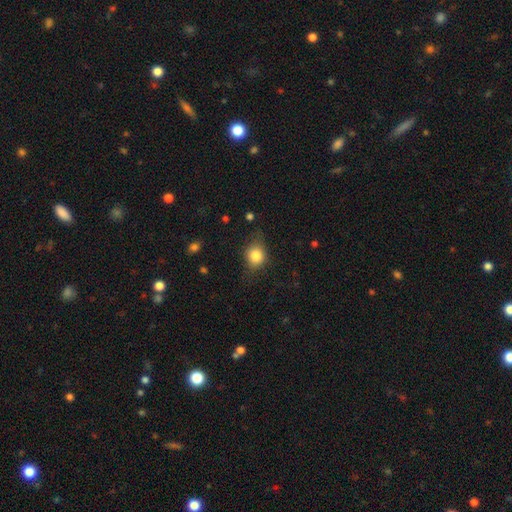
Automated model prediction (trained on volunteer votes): The model was most divided on "how rounded": round: 63%, in between: 35%, cigar-shaped: 1%. More confident: smooth or featured — smooth (81%); merging — none (67%).